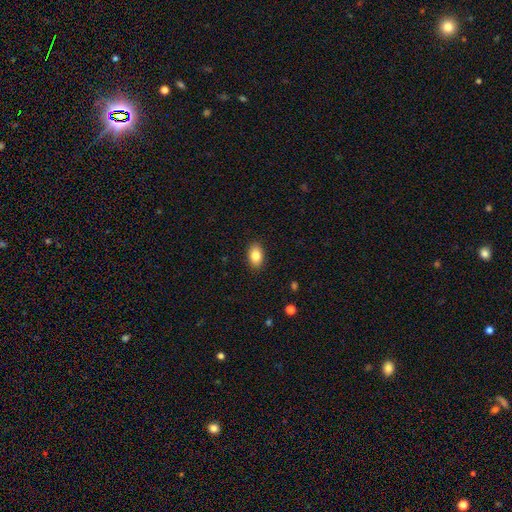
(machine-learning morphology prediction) Smooth or featured?
  - smooth: 85% *
  - star or artifact: 8%
  - featured or disk: 7%
How rounded?
  - in between: 87% *
  - round: 11%
  - cigar-shaped: 1%
Merging?
  - none: 89% *
  - minor disturbance: 8%
  - major disturbance: 2%
  - merger: 1%